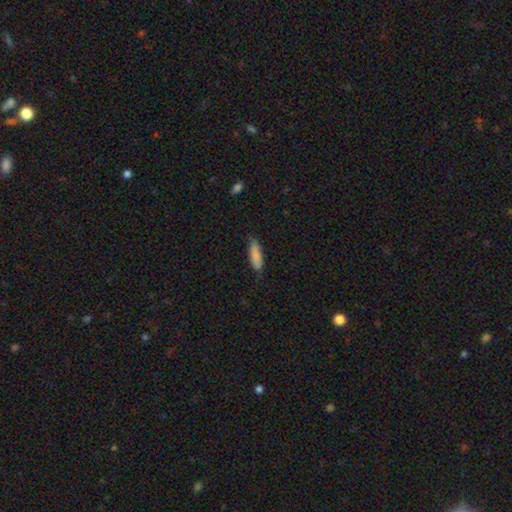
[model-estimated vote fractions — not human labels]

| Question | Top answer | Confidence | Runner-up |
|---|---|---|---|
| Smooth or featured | smooth | 86% | featured or disk (8%) |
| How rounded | cigar-shaped | 52% | in between (46%) |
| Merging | none | 74% | minor disturbance (21%) |